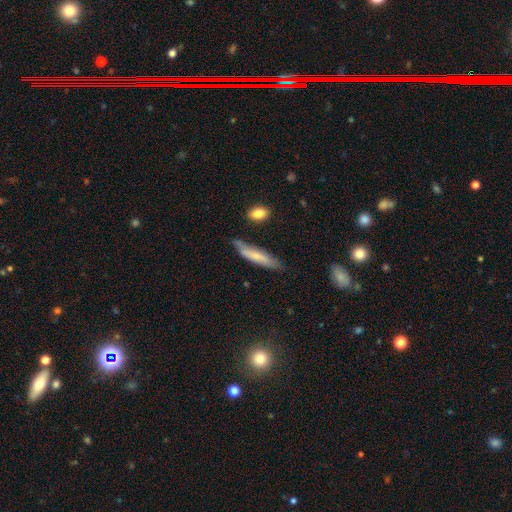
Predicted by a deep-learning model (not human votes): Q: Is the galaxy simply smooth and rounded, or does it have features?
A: smooth — 63%.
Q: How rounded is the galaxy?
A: cigar-shaped — 80%.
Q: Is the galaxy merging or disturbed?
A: none — 65%.